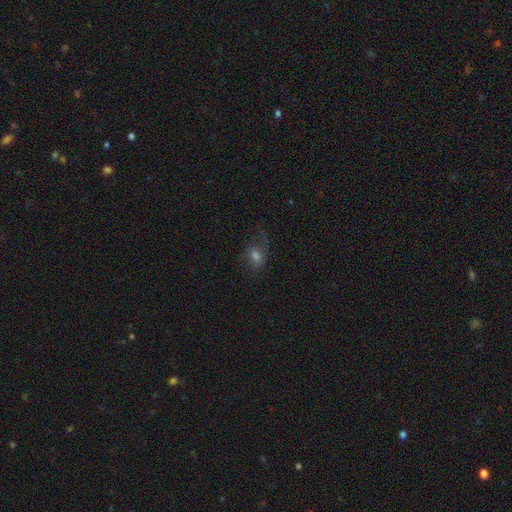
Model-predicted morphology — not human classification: A smooth galaxy with no disk features (51%) that is in between round and cigar-shaped (62%). Merging: none (49%).